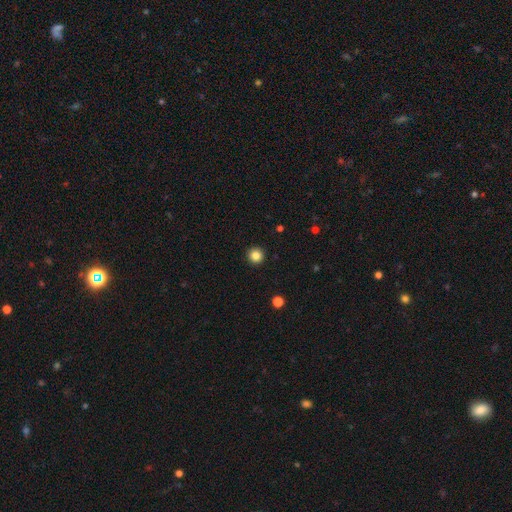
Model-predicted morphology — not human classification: smooth 84%, star or artifact 11%, featured or disk 5%. Down the decision tree: how rounded — round (96%); merging — none (93%).